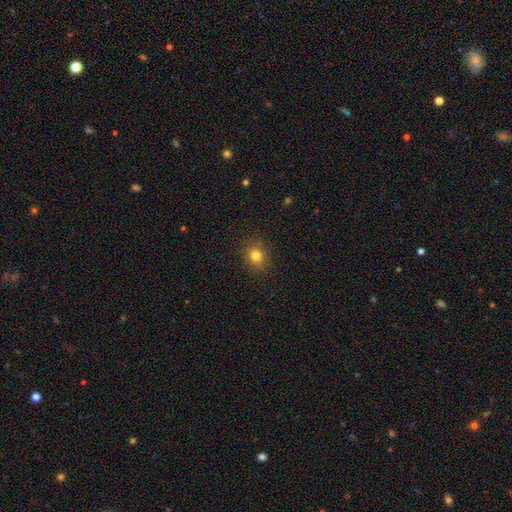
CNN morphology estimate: This appears to be a smooth galaxy with no disk features (80%) that is round (75%). Merging: none (89%).